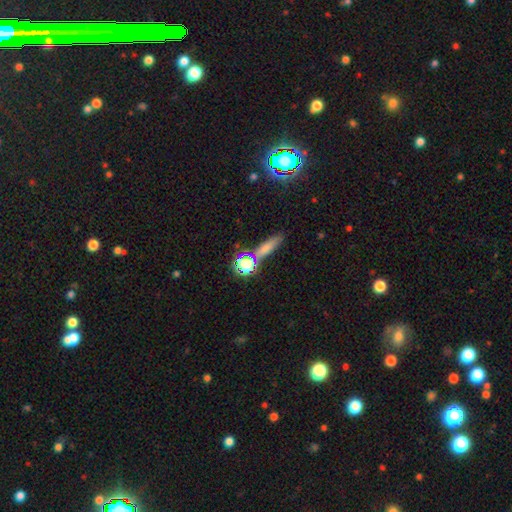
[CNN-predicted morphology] Smooth or featured: star or artifact — 52% (smooth — 32%)